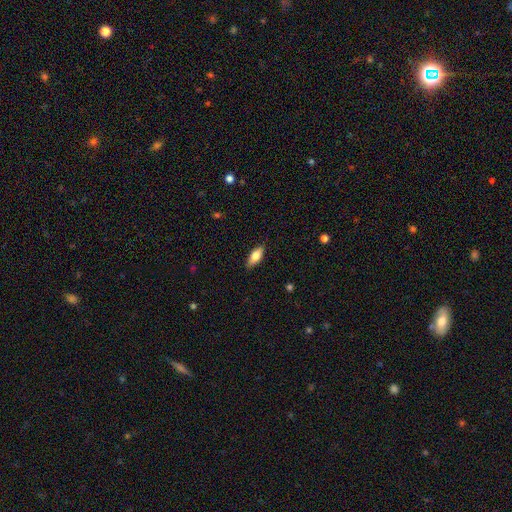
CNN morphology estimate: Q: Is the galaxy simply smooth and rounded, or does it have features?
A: smooth — 68%.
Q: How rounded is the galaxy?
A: in between — 74%.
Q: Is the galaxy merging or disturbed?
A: none — 86%.